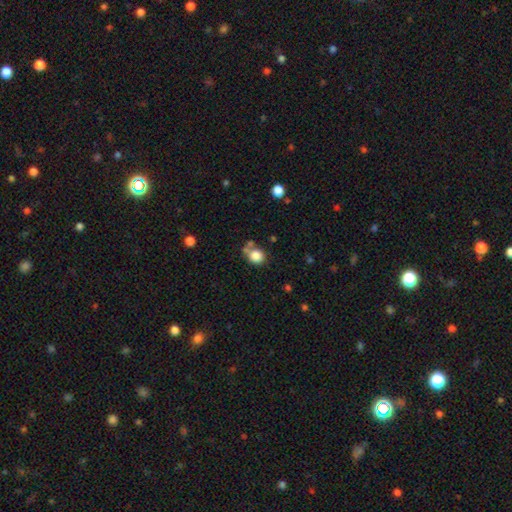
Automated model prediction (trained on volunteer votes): Smooth or featured? smooth (83%)
How rounded? round (79%)
Merging? none (57%)